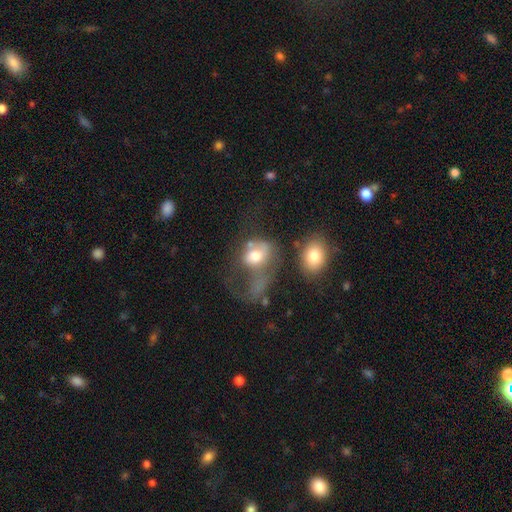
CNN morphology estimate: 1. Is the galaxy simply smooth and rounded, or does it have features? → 59% smooth, 30% featured or disk, 11% star or artifact.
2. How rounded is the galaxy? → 60% in between, 38% round, 2% cigar-shaped.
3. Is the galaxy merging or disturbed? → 51% major disturbance, 23% merger, 15% none, 11% minor disturbance.